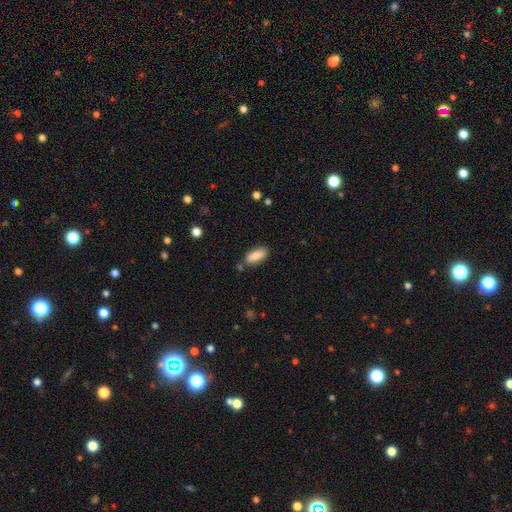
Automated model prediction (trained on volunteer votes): Smooth or featured? Predicted: smooth (p=0.82). How rounded? Predicted: in between (p=0.79). Merging? Predicted: none (p=0.81).